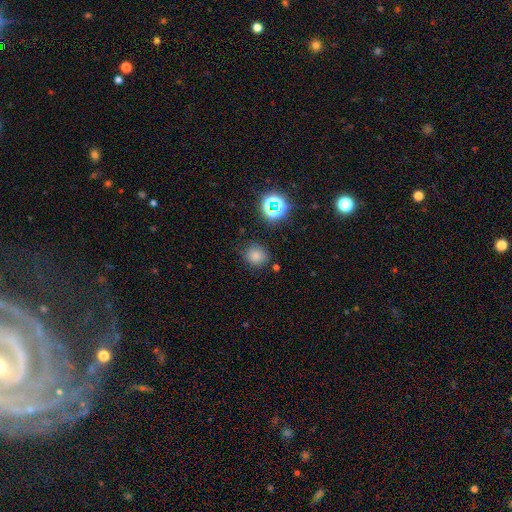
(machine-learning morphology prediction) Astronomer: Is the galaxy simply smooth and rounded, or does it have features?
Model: smooth — 74%.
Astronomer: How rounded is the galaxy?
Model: round — 83%.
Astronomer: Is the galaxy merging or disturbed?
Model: none — 77%.